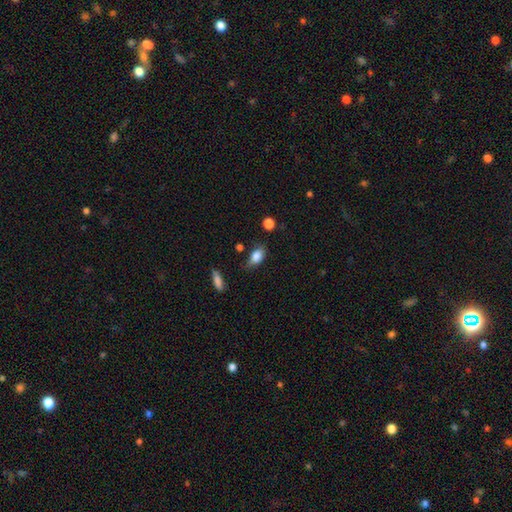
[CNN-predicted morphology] smooth 84%, star or artifact 8%, featured or disk 8%. Down the decision tree: how rounded — in between (86%); merging — none (56%).